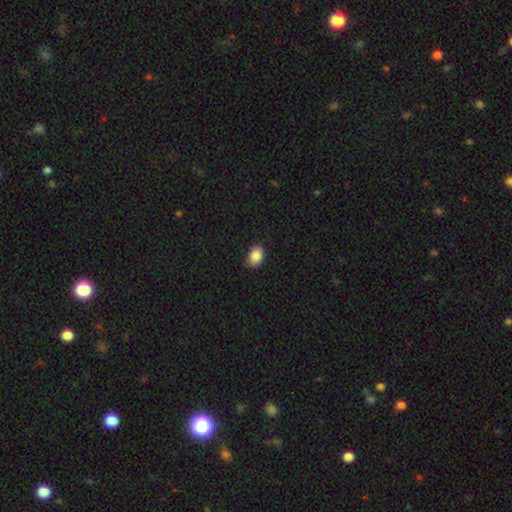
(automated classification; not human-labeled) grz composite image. It shows a smooth galaxy with no disk features (88%) that is in between round and cigar-shaped (82%). Merging: none (86%).